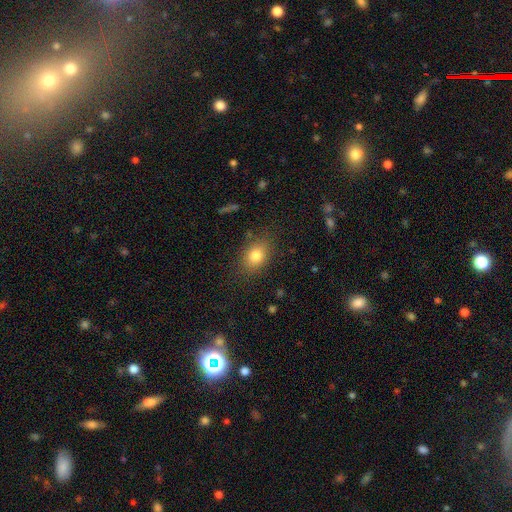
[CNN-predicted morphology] type=smooth (79%); roundness=in between (68%); merging=none (81%).